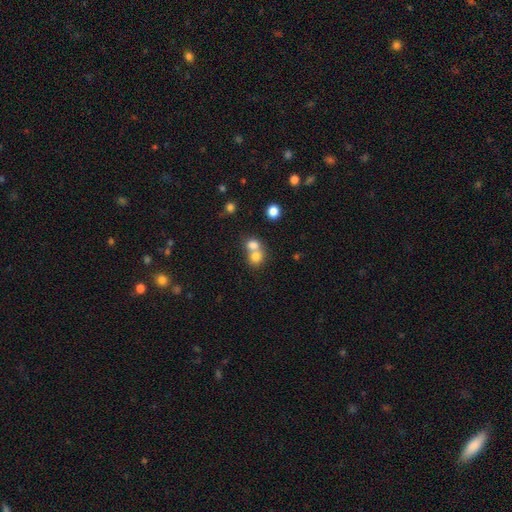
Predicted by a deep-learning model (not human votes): A smooth galaxy with no disk features (75%) that is round (76%). Merging: merger (63%).